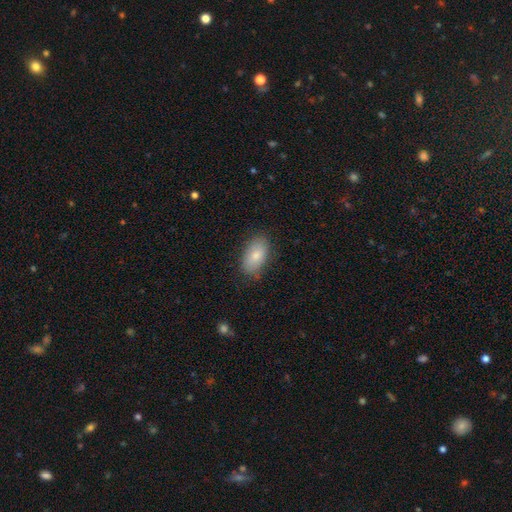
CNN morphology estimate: type=smooth (80%); roundness=in between (93%); merging=none (80%).